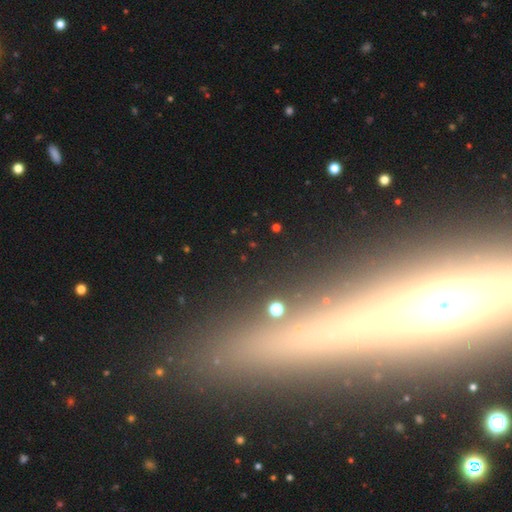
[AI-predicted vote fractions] This is possibly a featured or disk galaxy (57%). It is clearly viewed edge-on (85%). Merging: clearly none (86%).